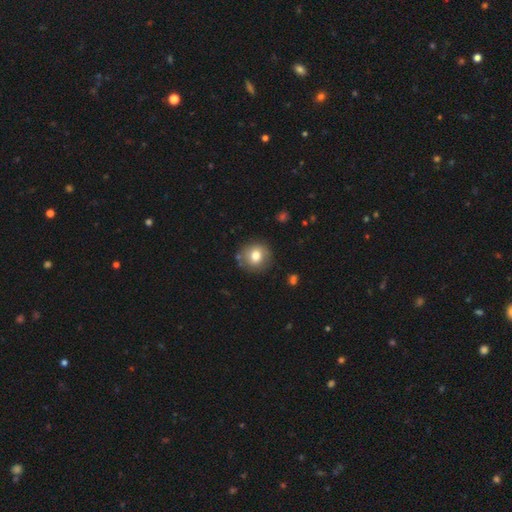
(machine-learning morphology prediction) This is likely a smooth galaxy (76%). How rounded: clearly round (88%). Merging: clearly none (84%).